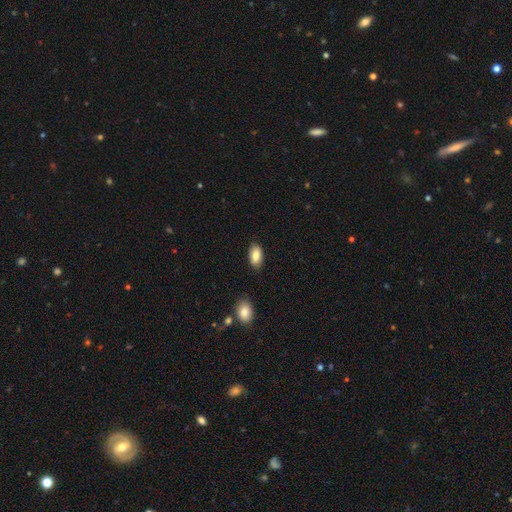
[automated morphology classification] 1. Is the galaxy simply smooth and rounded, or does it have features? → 85% smooth, 8% featured or disk, 7% star or artifact.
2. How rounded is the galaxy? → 93% in between, 4% round, 3% cigar-shaped.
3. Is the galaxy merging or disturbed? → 85% none, 11% minor disturbance, 2% major disturbance, 2% merger.